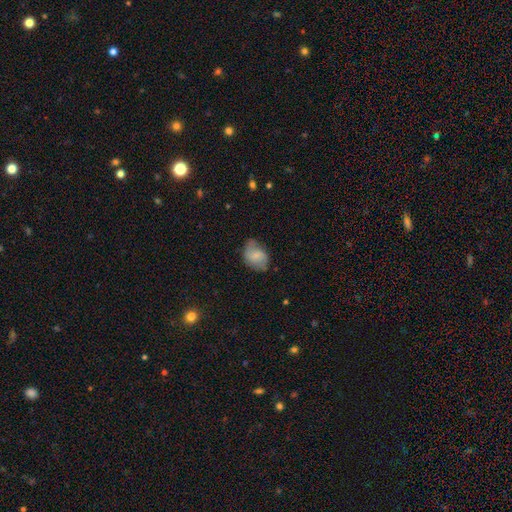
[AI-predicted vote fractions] A smooth galaxy with no disk features (58%) that is in between round and cigar-shaped (69%).

Vote fractions:
- Smooth or featured? smooth: 58% / featured or disk: 34% / star or artifact: 8%
- How rounded? in between: 69% / round: 29% / cigar-shaped: 1%
- Merging? none: 58% / minor disturbance: 31% / major disturbance: 10% / merger: 2%